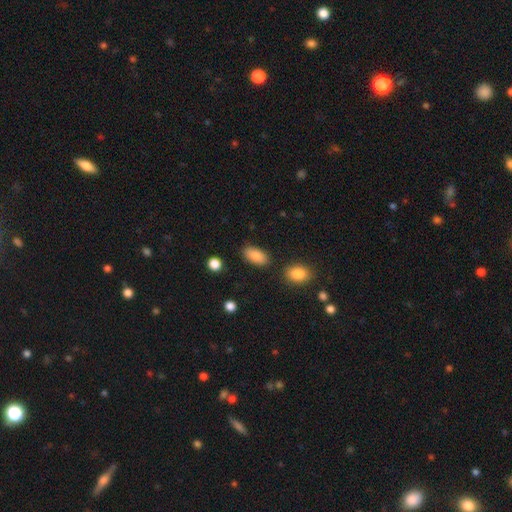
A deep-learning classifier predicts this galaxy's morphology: smooth_or_featured: smooth (p=0.87) [alt: star or artifact p=0.07]
how_rounded: in between (p=0.93) [alt: round p=0.04]
merging: none (p=0.84) [alt: minor disturbance p=0.10]